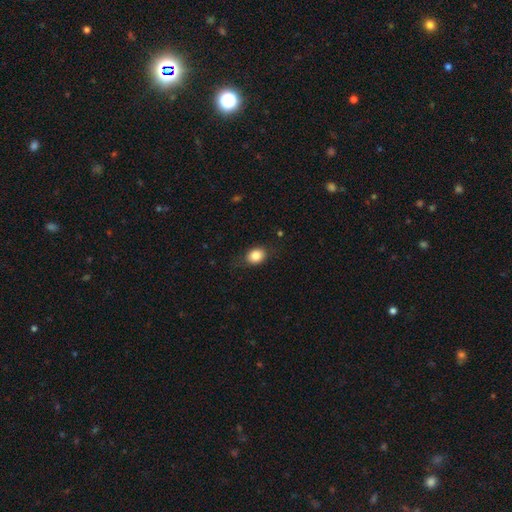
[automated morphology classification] type=smooth (83%); roundness=in between (56%); merging=none (79%).